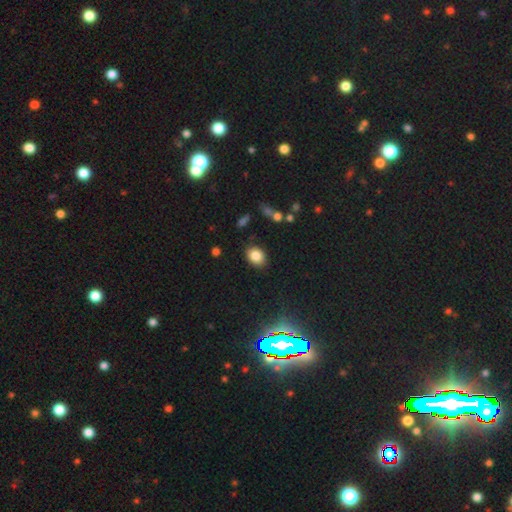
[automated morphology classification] Smooth or featured?
  - smooth: 83% *
  - star or artifact: 10%
  - featured or disk: 7%
How rounded?
  - in between: 62% *
  - round: 37%
  - cigar-shaped: 1%
Merging?
  - none: 85% *
  - minor disturbance: 11%
  - major disturbance: 3%
  - merger: 2%